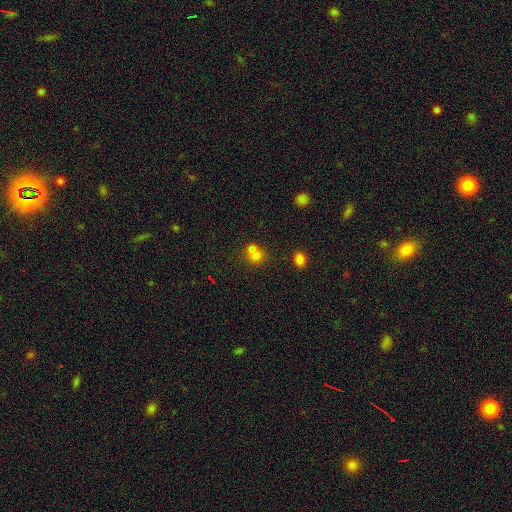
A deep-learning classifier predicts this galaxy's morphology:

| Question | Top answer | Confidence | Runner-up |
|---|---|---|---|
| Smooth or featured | smooth | 72% | star or artifact (15%) |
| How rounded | round | 81% | in between (18%) |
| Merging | merger | 54% | none (38%) |